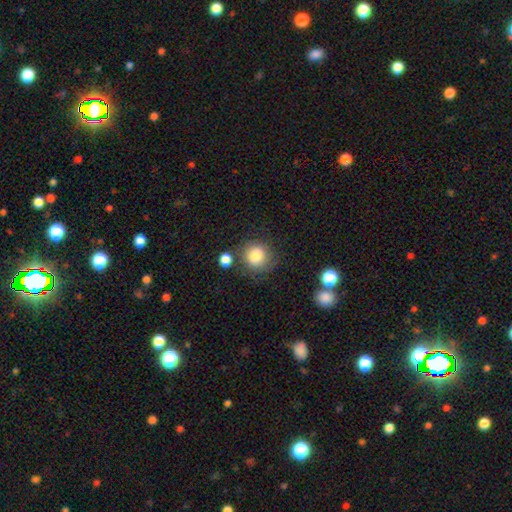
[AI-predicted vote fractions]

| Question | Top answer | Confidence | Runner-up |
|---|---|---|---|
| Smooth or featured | smooth | 83% | star or artifact (9%) |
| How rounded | round | 87% | in between (12%) |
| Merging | none | 73% | minor disturbance (14%) |